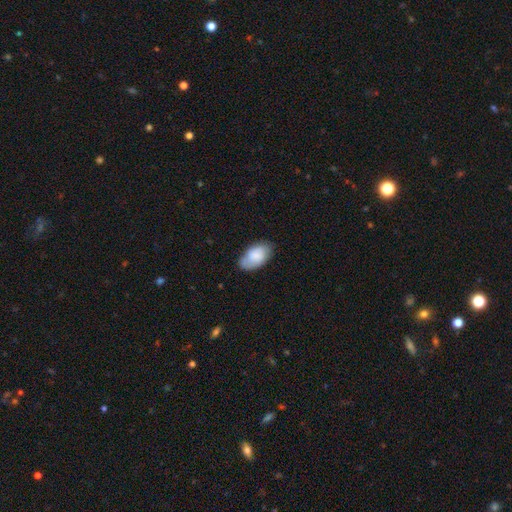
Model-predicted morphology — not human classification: Smooth or featured?
  - smooth: 78% *
  - featured or disk: 16%
  - star or artifact: 7%
How rounded?
  - in between: 94% *
  - round: 4%
  - cigar-shaped: 1%
Merging?
  - none: 74% *
  - minor disturbance: 21%
  - major disturbance: 4%
  - merger: 1%